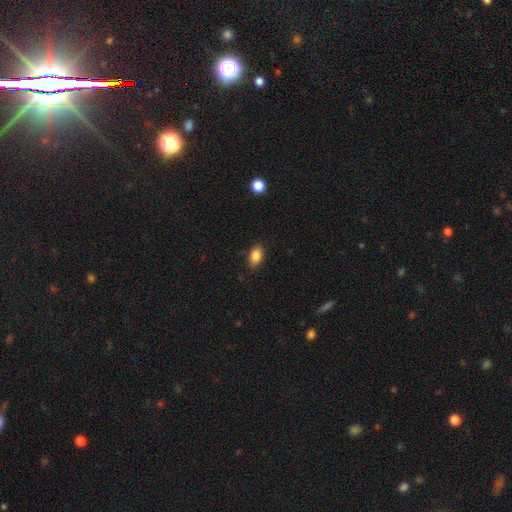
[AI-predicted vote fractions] smooth_or_featured: smooth (p=0.85) [alt: star or artifact p=0.09]
how_rounded: in between (p=0.88) [alt: round p=0.09]
merging: none (p=0.86) [alt: minor disturbance p=0.10]